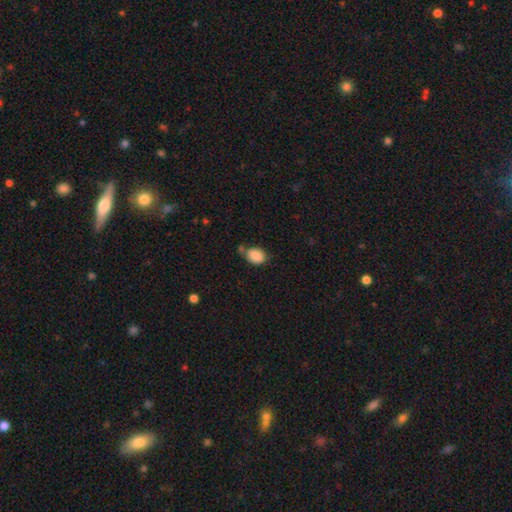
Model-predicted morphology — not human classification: Smooth or featured?
  - smooth: 88% *
  - star or artifact: 8%
  - featured or disk: 4%
How rounded?
  - in between: 64% *
  - round: 35%
  - cigar-shaped: 1%
Merging?
  - none: 61% *
  - minor disturbance: 20%
  - merger: 13%
  - major disturbance: 6%